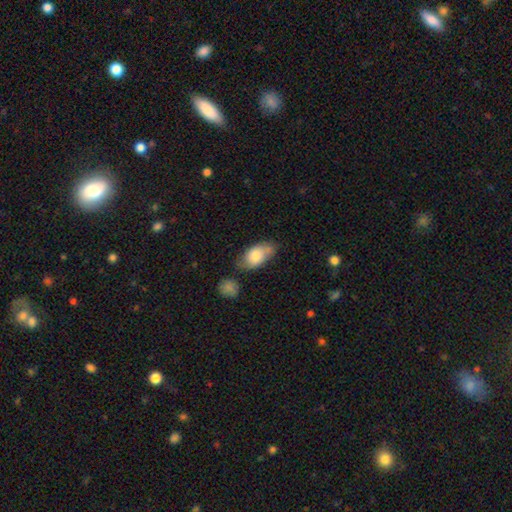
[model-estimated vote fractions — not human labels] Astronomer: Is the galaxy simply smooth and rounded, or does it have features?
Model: smooth — 73%.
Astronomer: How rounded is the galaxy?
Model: in between — 91%.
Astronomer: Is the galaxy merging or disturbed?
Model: none — 58%.